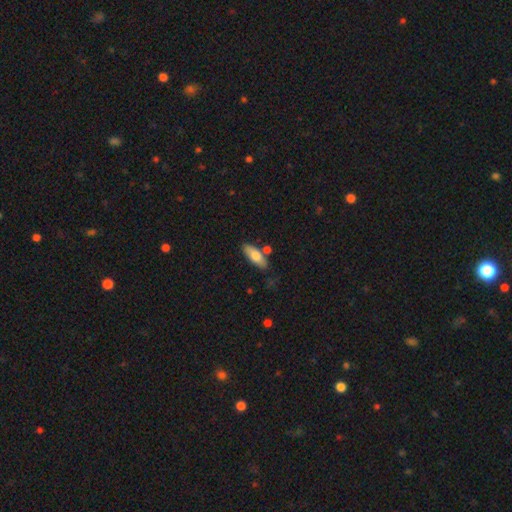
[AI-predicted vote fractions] This is likely a smooth galaxy (74%). How rounded: likely in between (72%). Merging: likely none (74%).